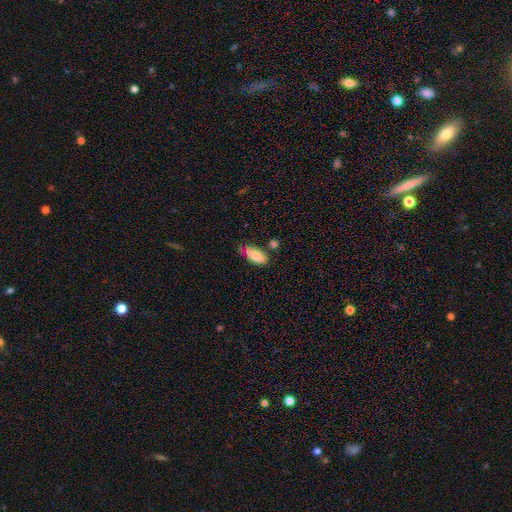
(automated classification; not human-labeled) Smooth or featured? Predicted: smooth (p=0.82). How rounded? Predicted: in between (p=0.89). Merging? Predicted: none (p=0.61).